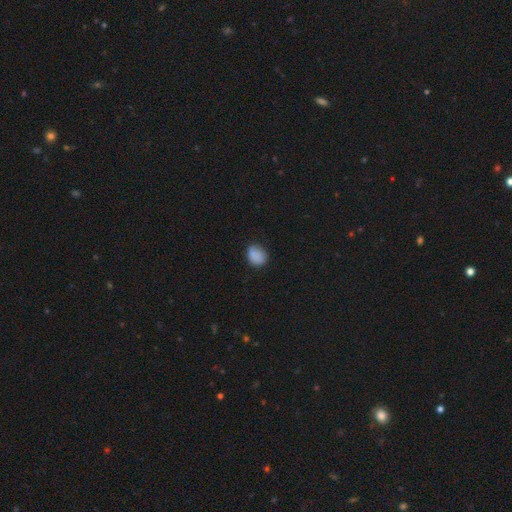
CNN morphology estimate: Smooth or featured? smooth (86%)
How rounded? in between (50%)
Merging? none (74%)